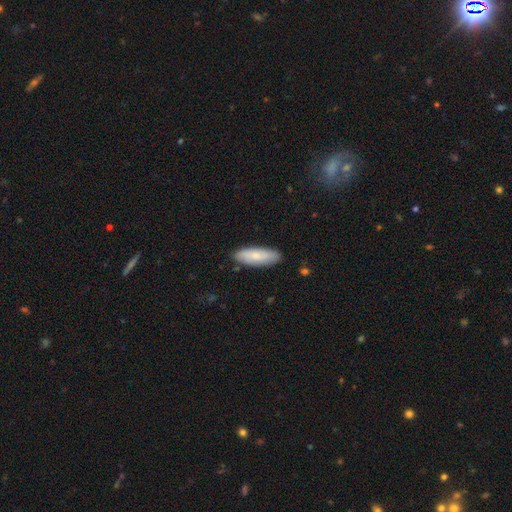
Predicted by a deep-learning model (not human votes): Smooth or featured? Predicted: smooth (p=0.75). How rounded? Predicted: in between (p=0.61). Merging? Predicted: none (p=0.86).